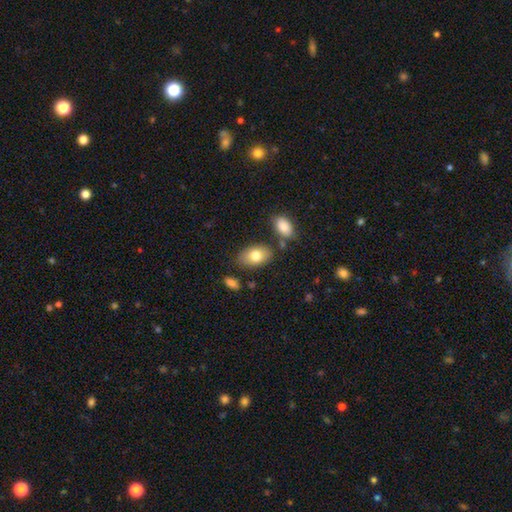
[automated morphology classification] Smooth or featured?
  - smooth: 78% *
  - featured or disk: 15%
  - star or artifact: 7%
How rounded?
  - in between: 90% *
  - round: 9%
  - cigar-shaped: 1%
Merging?
  - none: 76% *
  - minor disturbance: 14%
  - merger: 7%
  - major disturbance: 4%